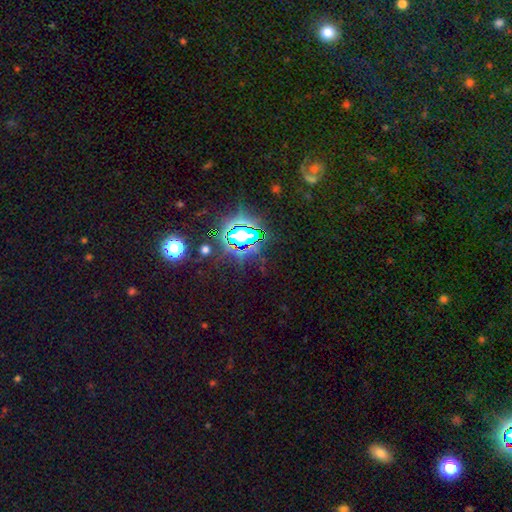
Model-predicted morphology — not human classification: Overall: star or artifact (79%).